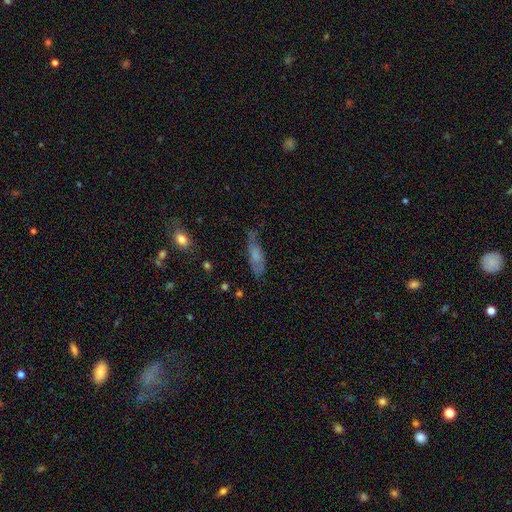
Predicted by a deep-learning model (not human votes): Q: Smooth or featured?
A: smooth (51%); runner-up: featured or disk (39%)
Q: How rounded?
A: in between (49%); runner-up: cigar-shaped (48%)
Q: Merging?
A: none (55%); runner-up: minor disturbance (29%)